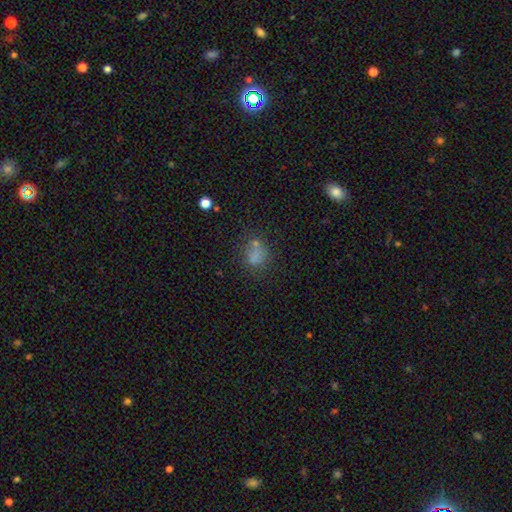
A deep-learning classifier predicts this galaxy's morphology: Smooth or featured?
  - smooth: 67% *
  - star or artifact: 19%
  - featured or disk: 14%
How rounded?
  - round: 61% *
  - in between: 38%
  - cigar-shaped: 1%
Merging?
  - none: 54% *
  - minor disturbance: 20%
  - merger: 14%
  - major disturbance: 12%